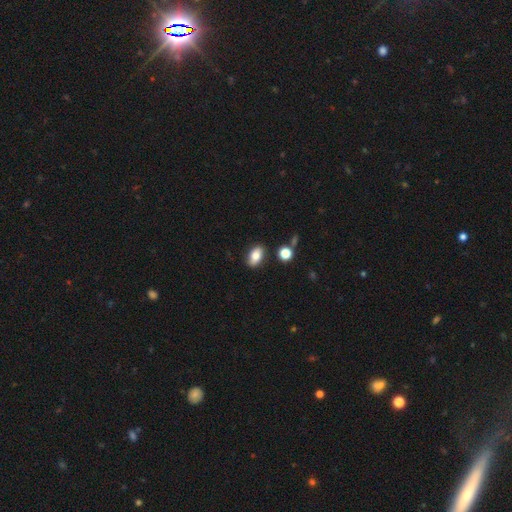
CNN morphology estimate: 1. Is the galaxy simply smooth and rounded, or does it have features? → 77% smooth, 14% featured or disk, 9% star or artifact.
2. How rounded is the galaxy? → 88% in between, 8% round, 4% cigar-shaped.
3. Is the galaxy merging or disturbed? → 84% none, 10% minor disturbance, 4% merger, 2% major disturbance.